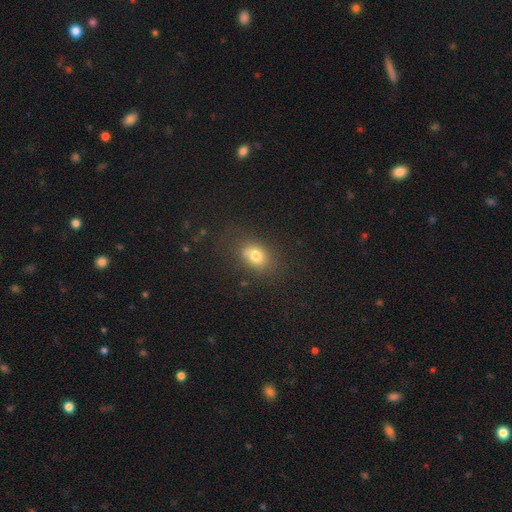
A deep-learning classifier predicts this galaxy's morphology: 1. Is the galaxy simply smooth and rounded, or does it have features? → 75% smooth, 13% featured or disk, 12% star or artifact.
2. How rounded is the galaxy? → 63% in between, 35% round, 2% cigar-shaped.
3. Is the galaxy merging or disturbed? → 60% none, 20% minor disturbance, 11% merger, 9% major disturbance.